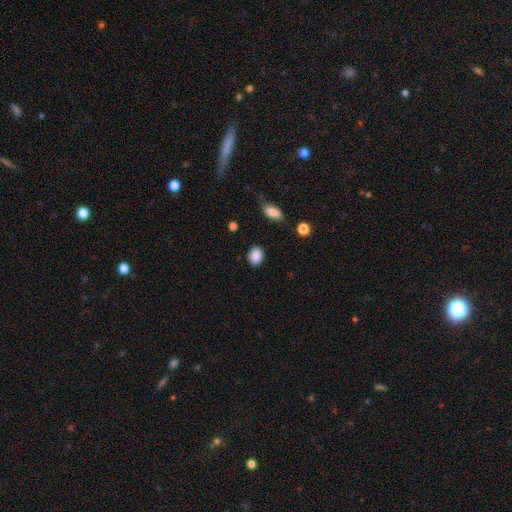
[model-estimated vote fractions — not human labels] Overall: smooth (89%). How rounded: in between (56%; round 43%). Merging: none (85%).